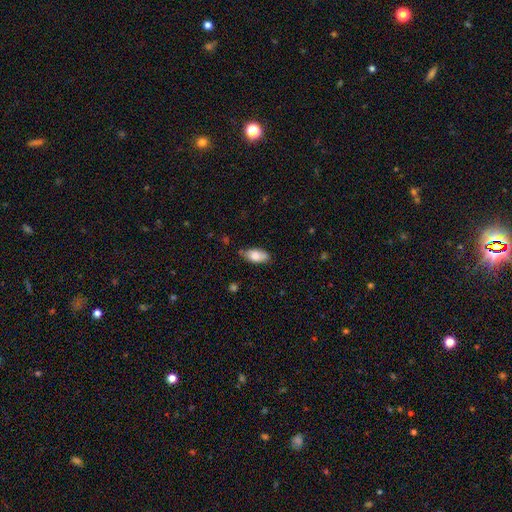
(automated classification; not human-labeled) Q: Smooth or featured?
A: smooth (78%); runner-up: featured or disk (16%)
Q: How rounded?
A: in between (87%); runner-up: cigar-shaped (10%)
Q: Merging?
A: none (72%); runner-up: minor disturbance (22%)